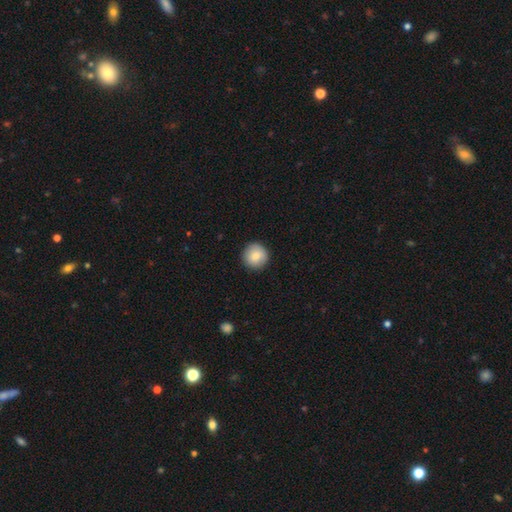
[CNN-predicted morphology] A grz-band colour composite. It shows a smooth galaxy with no disk features (81%) that is round (95%). Merging: none (91%).